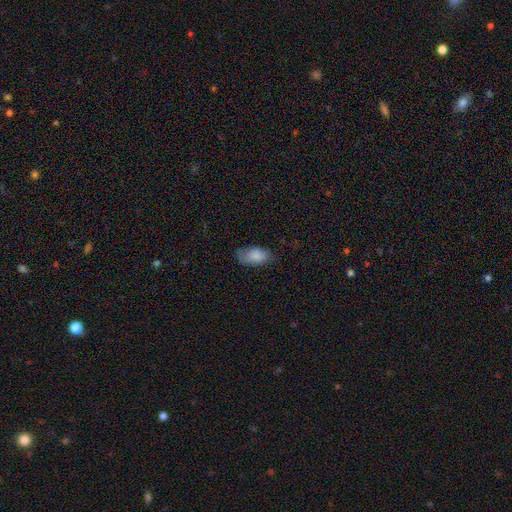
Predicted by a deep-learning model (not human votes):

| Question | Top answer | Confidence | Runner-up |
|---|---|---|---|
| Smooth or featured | smooth | 84% | featured or disk (9%) |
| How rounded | in between | 93% | round (3%) |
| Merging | none | 67% | minor disturbance (25%) |